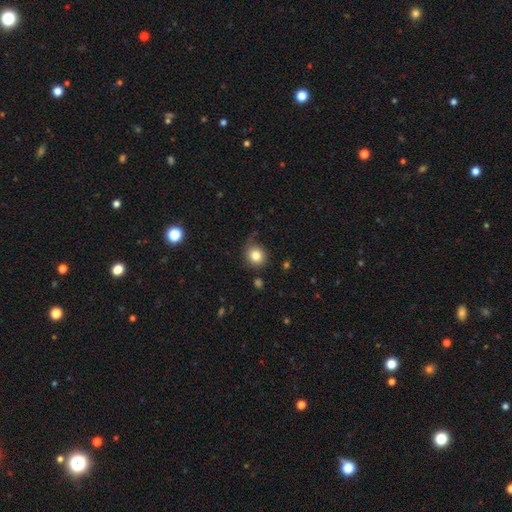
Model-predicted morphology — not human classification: Smooth or featured? Predicted: smooth (p=0.81). How rounded? Predicted: round (p=0.80). Merging? Predicted: none (p=0.66).